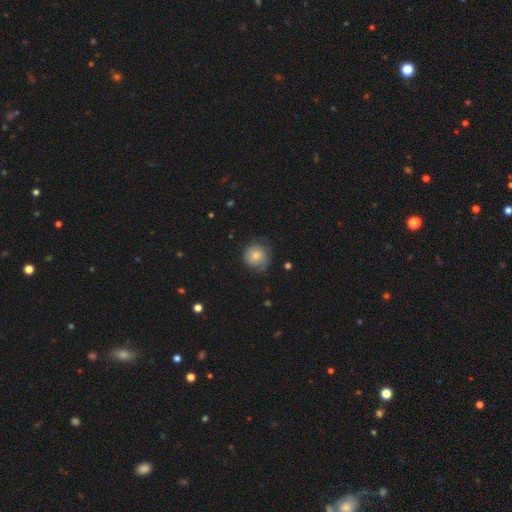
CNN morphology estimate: A smooth galaxy with no disk features (75%) that is round (89%).

Vote fractions:
- Smooth or featured? smooth: 75% / featured or disk: 18% / star or artifact: 8%
- How rounded? round: 89% / in between: 10% / cigar-shaped: 1%
- Merging? none: 67% / minor disturbance: 24% / major disturbance: 8% / merger: 1%